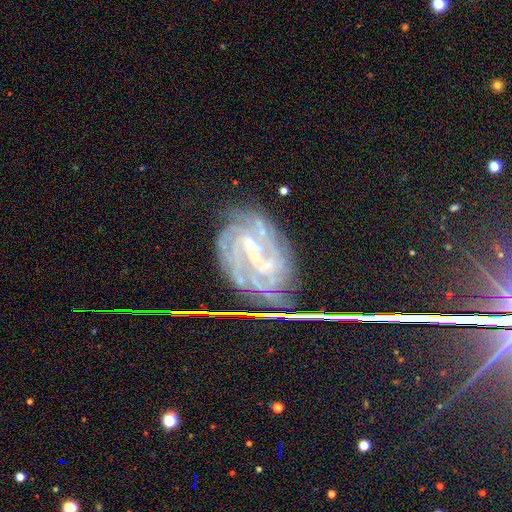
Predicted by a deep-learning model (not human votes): Q: Smooth or featured?
A: featured or disk (84%); runner-up: star or artifact (10%)
Q: Edge-on disk?
A: no (97%); runner-up: yes (3%)
Q: Bar?
A: weak (41%); runner-up: no (32%)
Q: Spiral arms?
A: yes (98%); runner-up: no (2%)
Q: Spiral winding?
A: tight (71%); runner-up: medium (25%)
Q: Spiral arm count?
A: can't tell (22%); runner-up: 3 (20%)
Q: Bulge size?
A: small (79%); runner-up: moderate (14%)
Q: Merging?
A: none (71%); runner-up: minor disturbance (19%)